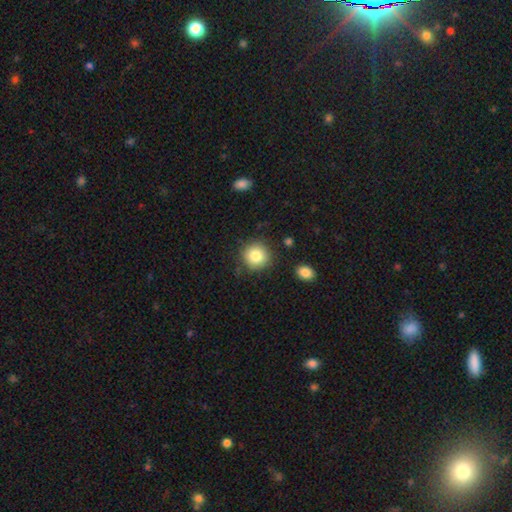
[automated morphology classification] Smooth or featured? smooth (83%)
How rounded? round (92%)
Merging? none (85%)